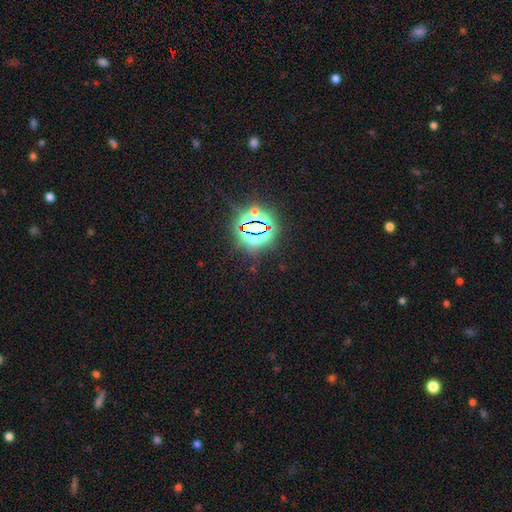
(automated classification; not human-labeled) Morphology: type=star or artifact (83%).